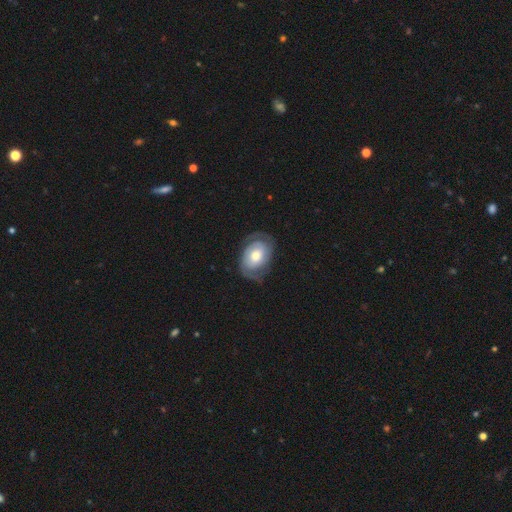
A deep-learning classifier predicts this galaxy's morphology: featured or disk 68%, smooth 27%, star or artifact 6%. Down the decision tree: edge-on disk — no (96%); bar — no (72%); spiral arms — yes (81%); spiral arm count — 2 (70%); spiral winding — tight (56%); bulge size — moderate (67%); merging — none (68%).